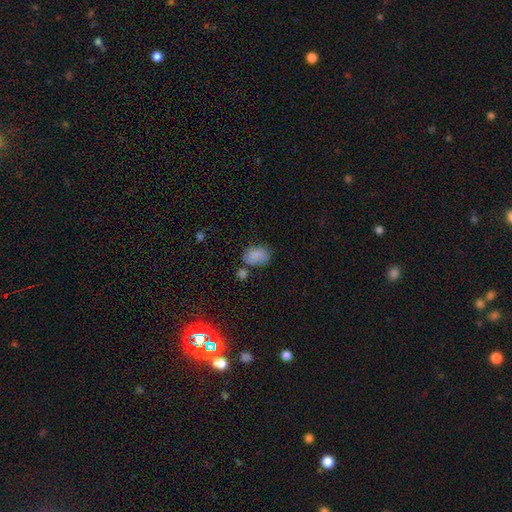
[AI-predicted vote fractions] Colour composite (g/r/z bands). It shows a smooth galaxy with no disk features (78%) that is in between round and cigar-shaped (78%). Merging: none (54%).